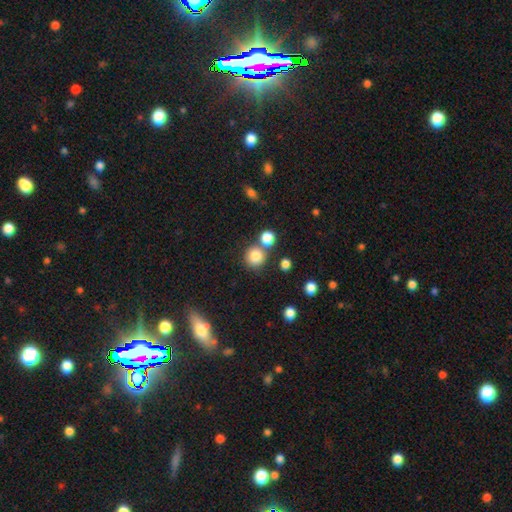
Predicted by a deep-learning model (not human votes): smooth_or_featured: smooth (p=0.82) [alt: star or artifact p=0.12]
how_rounded: round (p=0.90) [alt: in between p=0.10]
merging: none (p=0.68) [alt: merger p=0.21]